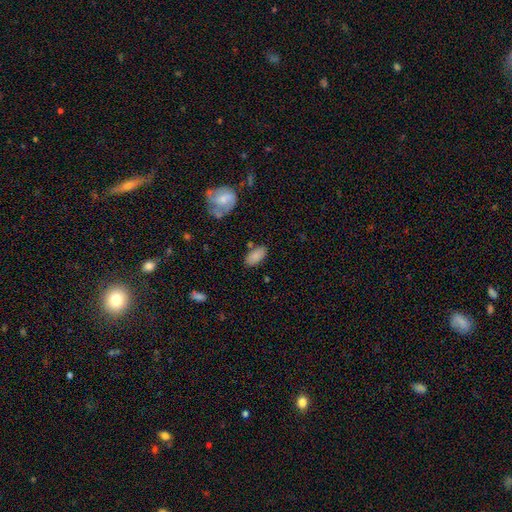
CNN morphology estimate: type=smooth (84%); roundness=in between (93%); merging=none (78%).